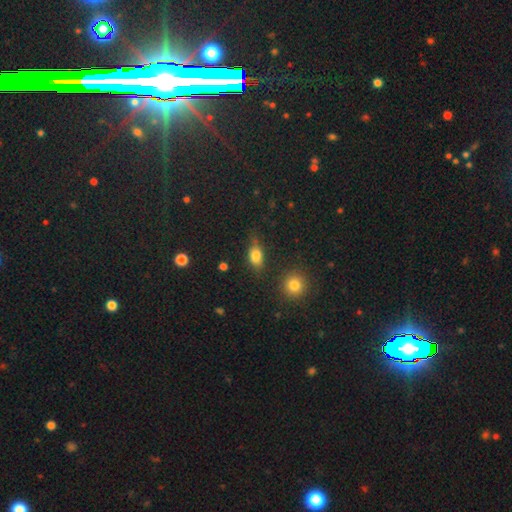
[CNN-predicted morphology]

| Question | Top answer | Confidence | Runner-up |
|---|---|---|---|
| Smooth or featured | smooth | 80% | star or artifact (11%) |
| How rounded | in between | 78% | round (16%) |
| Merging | none | 65% | minor disturbance (24%) |